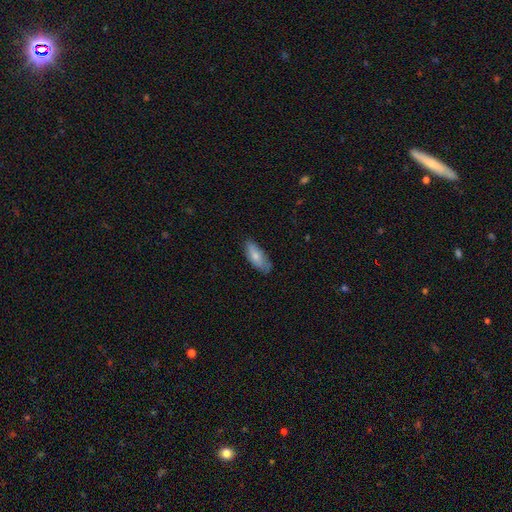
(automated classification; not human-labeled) Overall: smooth (76%). How rounded: in between (78%). Merging: none (69%).